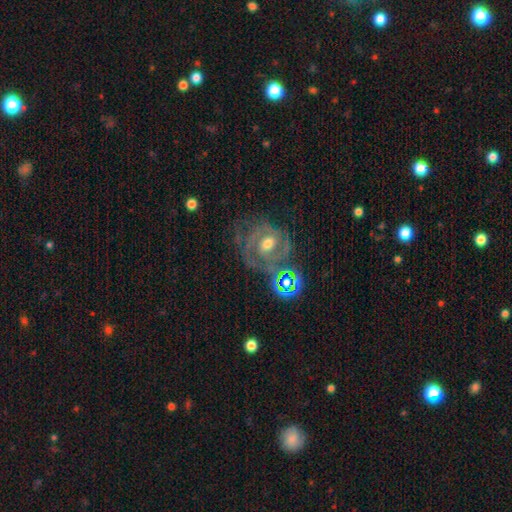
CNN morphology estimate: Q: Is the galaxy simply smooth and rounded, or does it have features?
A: featured or disk — 67%.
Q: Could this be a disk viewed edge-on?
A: no — 96%.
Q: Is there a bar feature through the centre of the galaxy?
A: no — 57%.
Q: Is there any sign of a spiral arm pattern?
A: yes — 79%.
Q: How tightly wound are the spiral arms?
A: tight — 62%.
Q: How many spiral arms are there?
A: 2 — 37%.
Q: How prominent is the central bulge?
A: moderate — 55%.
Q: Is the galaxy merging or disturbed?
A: none — 66%.